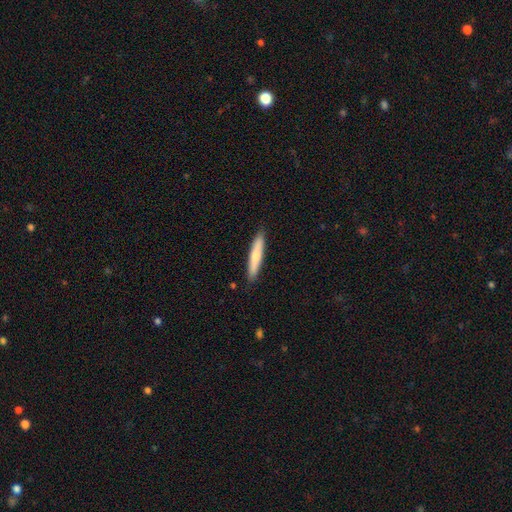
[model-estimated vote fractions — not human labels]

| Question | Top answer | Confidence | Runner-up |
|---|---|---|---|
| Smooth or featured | smooth | 69% | featured or disk (26%) |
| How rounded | cigar-shaped | 91% | in between (8%) |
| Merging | none | 89% | minor disturbance (9%) |